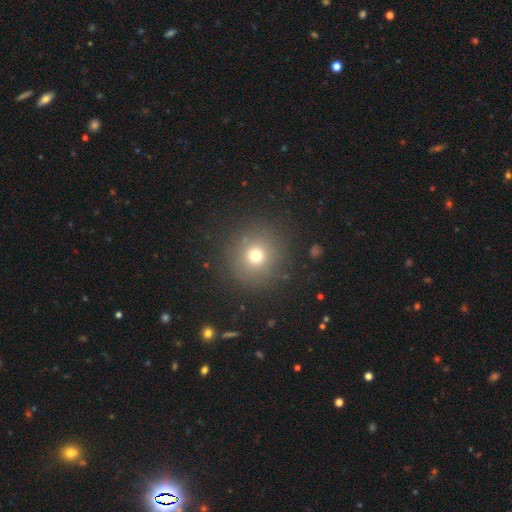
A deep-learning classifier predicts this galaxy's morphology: smooth-or-featured: smooth: 71% | star or artifact: 18% | featured or disk: 10%
  how-rounded: round: 93% | in between: 6% | cigar-shaped: 1%
  merging: none: 87% | minor disturbance: 7% | major disturbance: 4% | merger: 1%